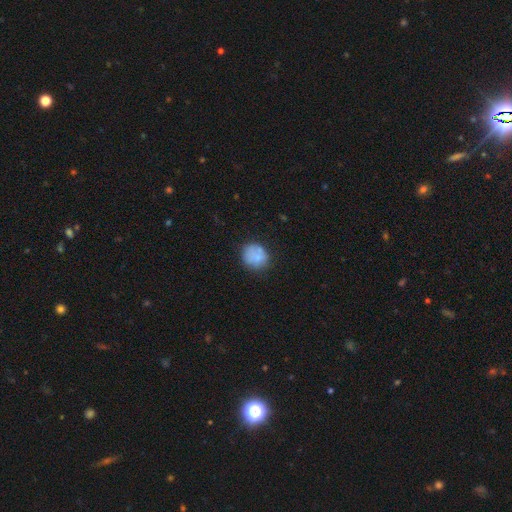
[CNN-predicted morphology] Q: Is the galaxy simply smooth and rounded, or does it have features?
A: smooth — 71%.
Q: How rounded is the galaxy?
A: round — 81%.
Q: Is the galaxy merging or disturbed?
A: none — 59%.